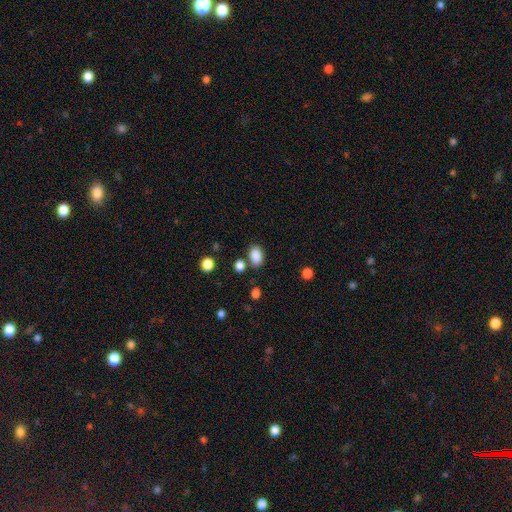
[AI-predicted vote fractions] smooth 87%, star or artifact 9%, featured or disk 4%. Down the decision tree: how rounded — in between (83%); merging — none (76%).